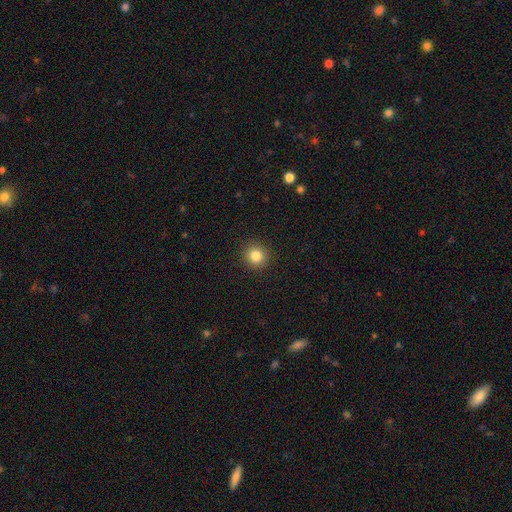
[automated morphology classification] smooth 84%, star or artifact 11%, featured or disk 5%. Down the decision tree: how rounded — round (92%); merging — none (92%).